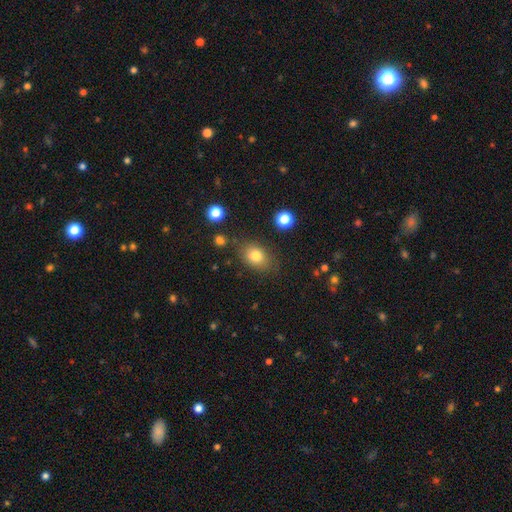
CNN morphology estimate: smooth 79%, star or artifact 11%, featured or disk 10%. Down the decision tree: how rounded — in between (71%); merging — none (77%).